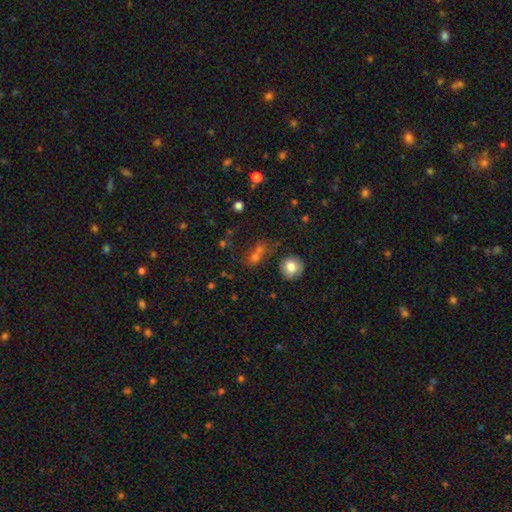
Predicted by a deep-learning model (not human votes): A smooth galaxy with no disk features (62%) that is round (57%).

Vote fractions:
- Smooth or featured? smooth: 62% / star or artifact: 26% / featured or disk: 12%
- How rounded? round: 57% / in between: 38% / cigar-shaped: 4%
- Merging? none: 55% / merger: 26% / minor disturbance: 12% / major disturbance: 7%